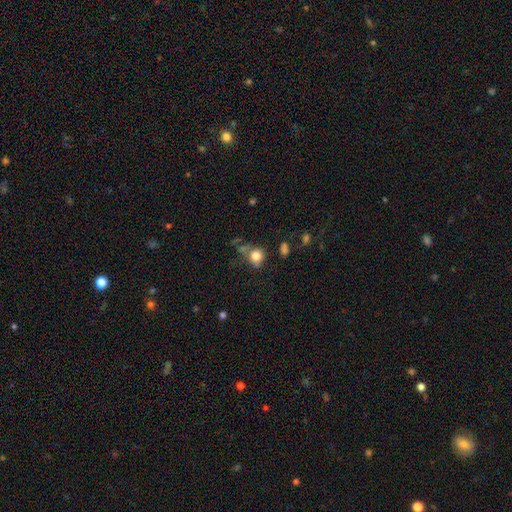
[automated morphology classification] This appears to be a smooth galaxy with no disk features (78%) that is round (79%). Merging: none (55%).